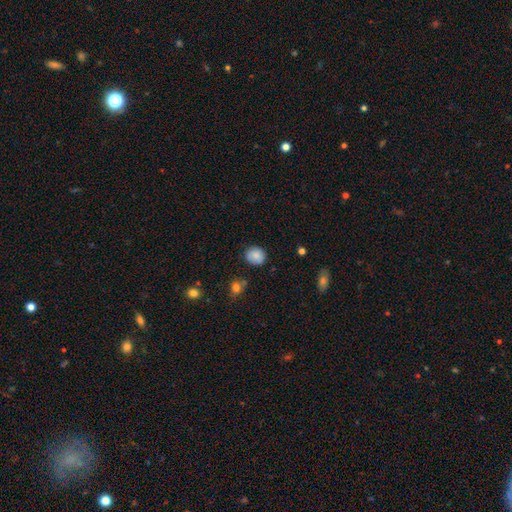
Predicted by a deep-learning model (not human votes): This is clearly a smooth galaxy (83%). How rounded: likely round (78%). Merging: likely none (80%).